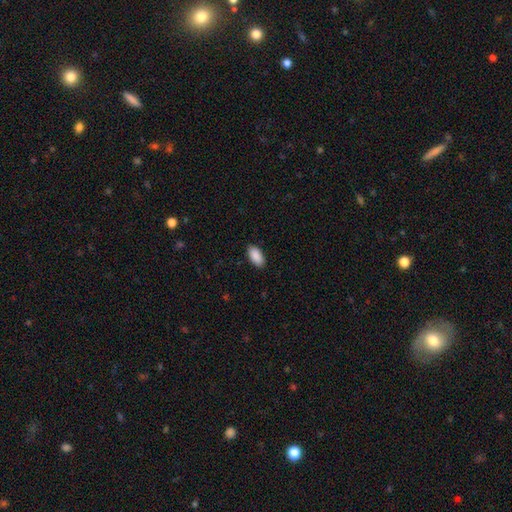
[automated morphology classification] Smooth or featured: smooth — 91% (star or artifact — 6%)
How rounded: in between — 95% (cigar-shaped — 3%)
Merging: none — 89% (minor disturbance — 8%)